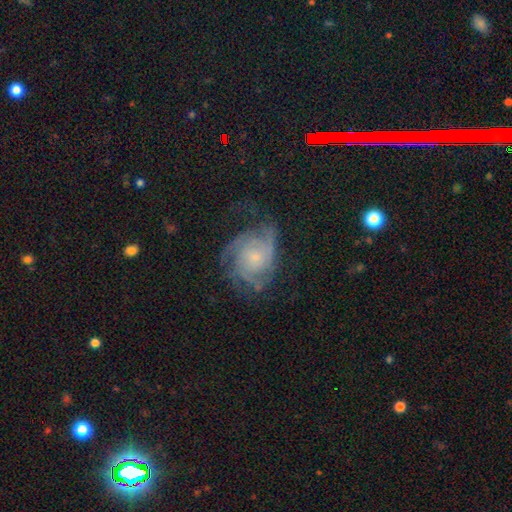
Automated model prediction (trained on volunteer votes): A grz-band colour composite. It shows a featured or disk galaxy (79%) with no bar (77%), tight (45%) spiral arms (92%) and a small central bulge (70%). Merging: none (52%).